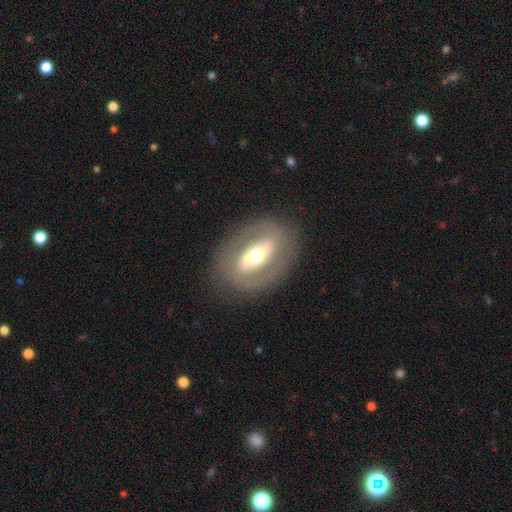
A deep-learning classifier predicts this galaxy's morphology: smooth_or_featured: featured or disk (p=0.65) [alt: smooth p=0.28]
disk_edge_on: no (p=0.89) [alt: yes p=0.11]
bar: no (p=0.43) [alt: strong p=0.36]
has_spiral_arms: no (p=0.78) [alt: yes p=0.22]
bulge_size: moderate (p=0.63) [alt: small p=0.21]
merging: none (p=0.76) [alt: minor disturbance p=0.12]